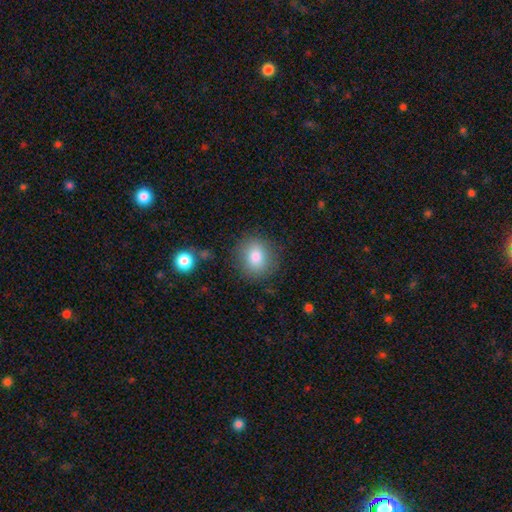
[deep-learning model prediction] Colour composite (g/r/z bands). It shows a smooth galaxy with no disk features (82%) that is round (75%). Merging: none (84%).